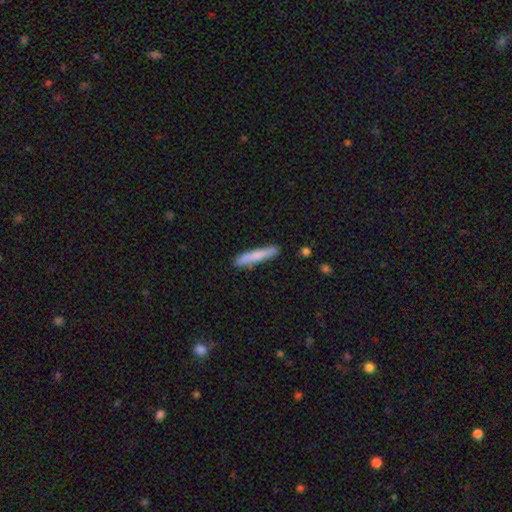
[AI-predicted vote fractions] This is likely a smooth galaxy (74%). How rounded: clearly cigar-shaped (93%). Merging: clearly none (84%).